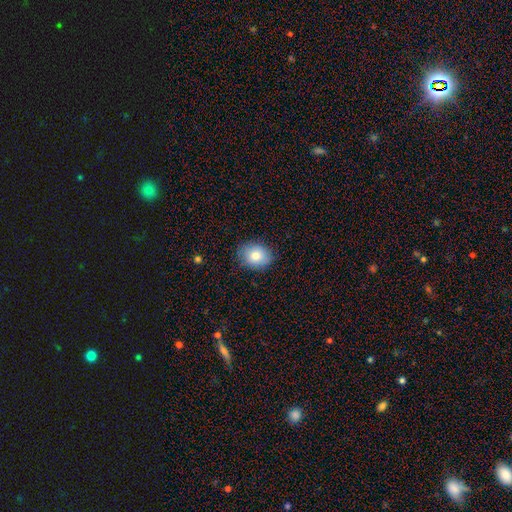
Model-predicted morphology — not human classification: Overall: smooth (81%). How rounded: in between (53%; round 46%). Merging: none (83%).